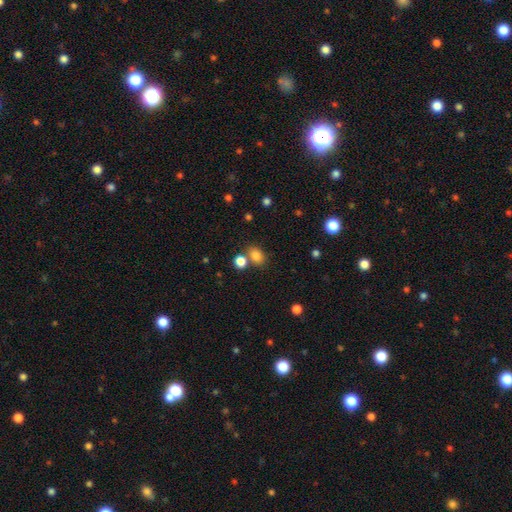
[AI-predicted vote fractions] smooth-or-featured: smooth: 82% | star or artifact: 13% | featured or disk: 5%
  how-rounded: in between: 57% | round: 42% | cigar-shaped: 1%
  merging: none: 66% | merger: 19% | minor disturbance: 11% | major disturbance: 4%